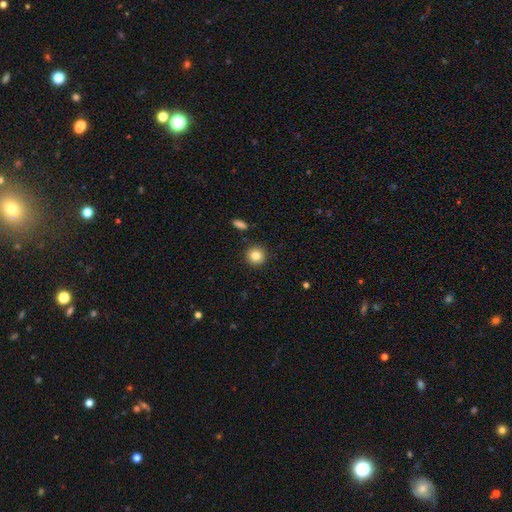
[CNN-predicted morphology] type=smooth (83%); roundness=round (94%); merging=none (91%).